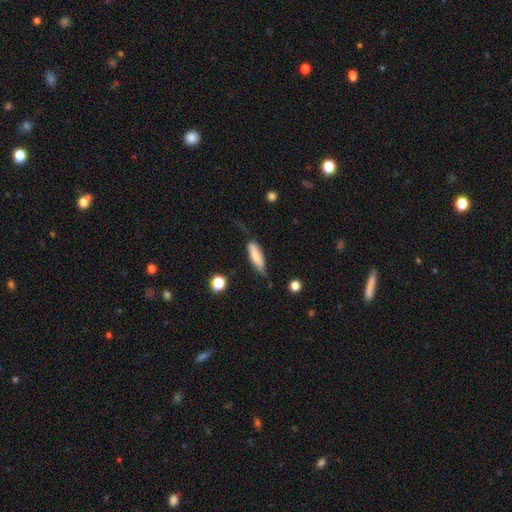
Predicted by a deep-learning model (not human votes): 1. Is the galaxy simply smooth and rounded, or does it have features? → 69% smooth, 24% featured or disk, 7% star or artifact.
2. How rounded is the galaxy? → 52% cigar-shaped, 46% in between, 2% round.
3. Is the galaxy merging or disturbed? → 55% none, 31% minor disturbance, 11% major disturbance, 3% merger.